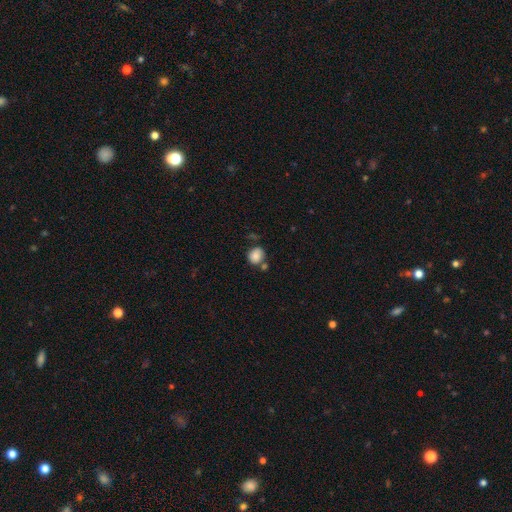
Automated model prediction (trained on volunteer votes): Smooth or featured? smooth (84%)
How rounded? round (71%)
Merging? none (58%)